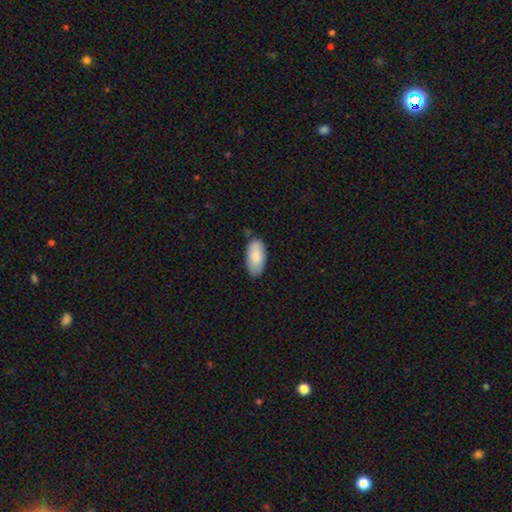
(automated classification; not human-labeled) This is clearly a smooth galaxy (85%). How rounded: clearly in between (93%). Merging: likely none (78%).